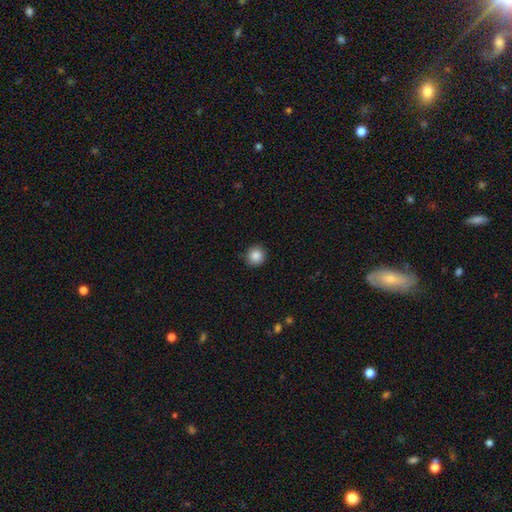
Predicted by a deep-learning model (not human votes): smooth-or-featured: smooth: 87% | star or artifact: 9% | featured or disk: 4%
  how-rounded: round: 93% | in between: 6% | cigar-shaped: 1%
  merging: none: 89% | minor disturbance: 8% | major disturbance: 2% | merger: 1%